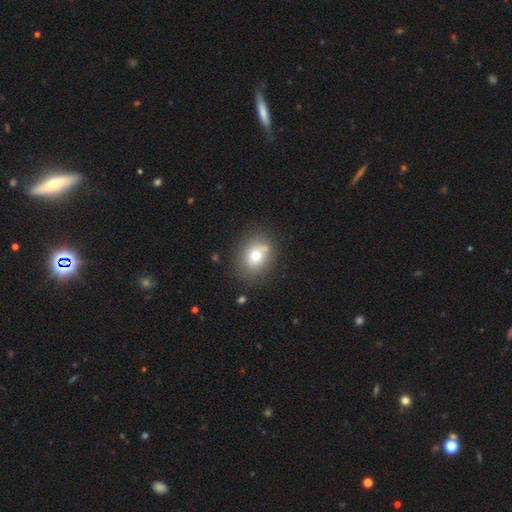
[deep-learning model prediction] A smooth galaxy with no disk features (70%) that is round (55%).

Vote fractions:
- Smooth or featured? smooth: 70% / featured or disk: 18% / star or artifact: 12%
- How rounded? round: 55% / in between: 44% / cigar-shaped: 1%
- Merging? none: 73% / minor disturbance: 15% / merger: 6% / major disturbance: 5%